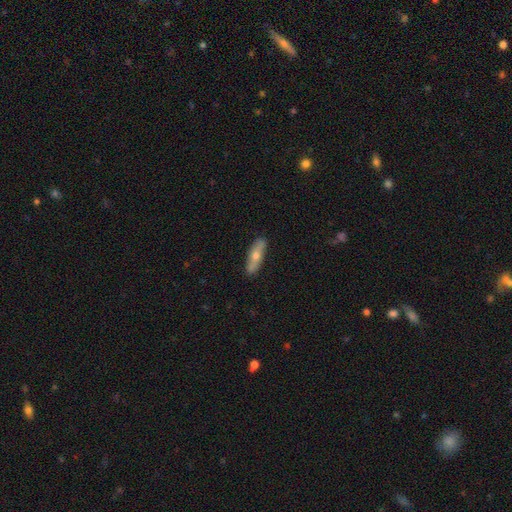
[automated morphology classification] Smooth or featured? Predicted: smooth (p=0.51). How rounded? Predicted: cigar-shaped (p=0.63). Merging? Predicted: none (p=0.87).